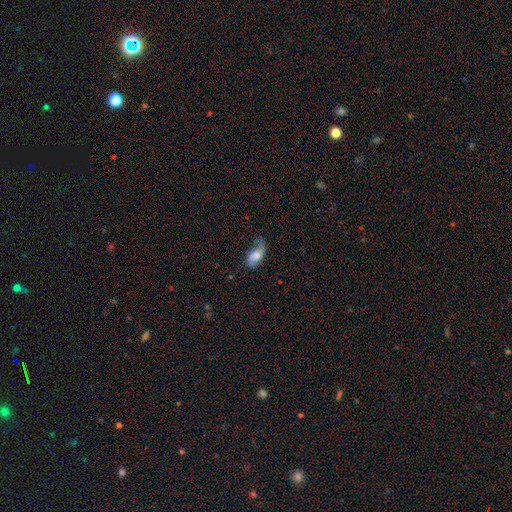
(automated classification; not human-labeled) Smooth or featured? smooth (50%)
Merging? none (43%)